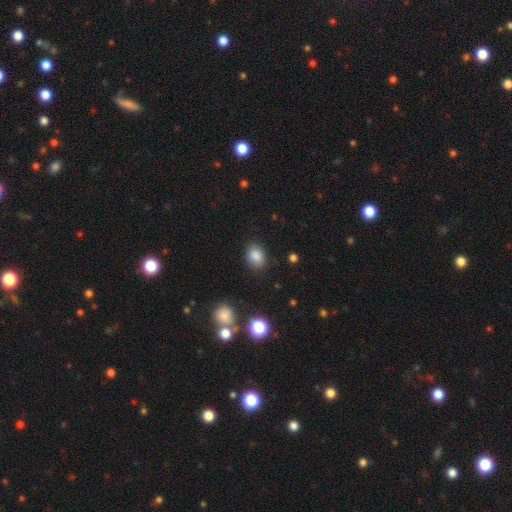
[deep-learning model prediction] This appears to be a smooth galaxy with no disk features (85%) that is in between round and cigar-shaped (61%). Merging: none (84%).